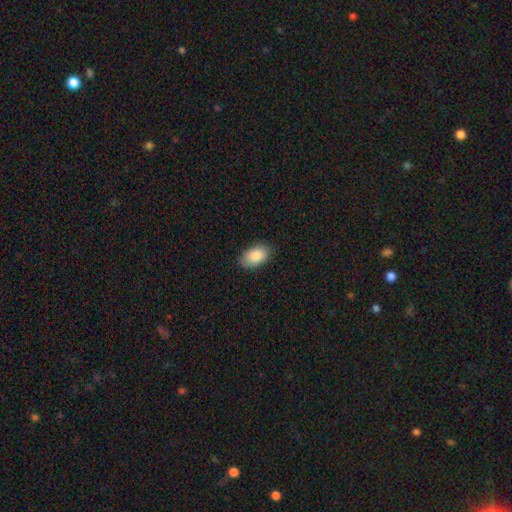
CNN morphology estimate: The model was most divided on "merging": none: 86%, minor disturbance: 11%, major disturbance: 2%, merger: 1%. More confident: how rounded — in between (93%); smooth or featured — smooth (87%).